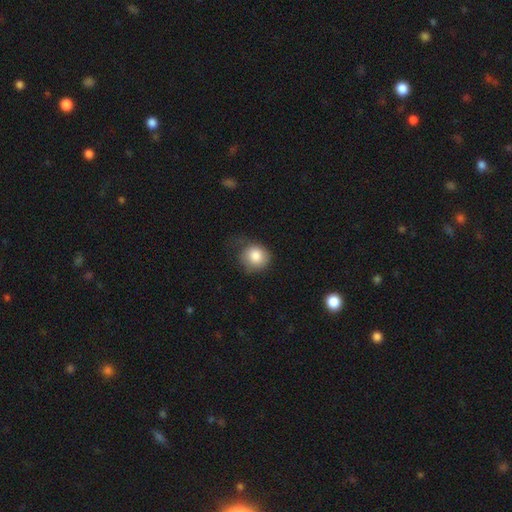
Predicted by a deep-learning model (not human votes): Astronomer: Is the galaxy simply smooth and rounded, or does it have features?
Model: smooth — 84%.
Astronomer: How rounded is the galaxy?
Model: round — 83%.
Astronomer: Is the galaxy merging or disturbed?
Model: none — 52% (runner-up: minor disturbance, 31%).